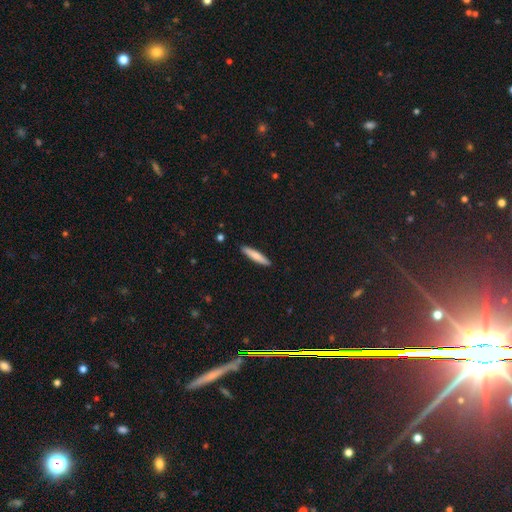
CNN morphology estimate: type=smooth (76%); roundness=cigar-shaped (89%); merging=none (91%).